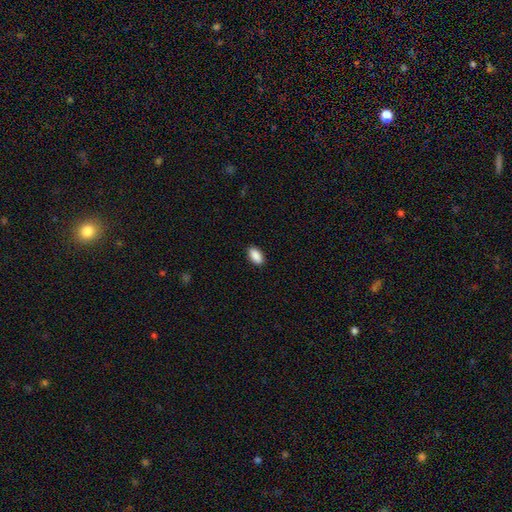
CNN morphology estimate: Smooth or featured? Predicted: smooth (p=0.90). How rounded? Predicted: in between (p=0.93). Merging? Predicted: none (p=0.89).